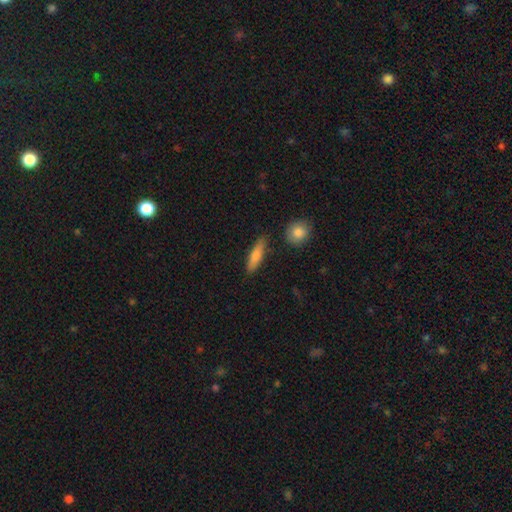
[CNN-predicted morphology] Smooth or featured: smooth — 77% (featured or disk — 17%)
How rounded: cigar-shaped — 63% (in between — 34%)
Merging: none — 82% (minor disturbance — 11%)